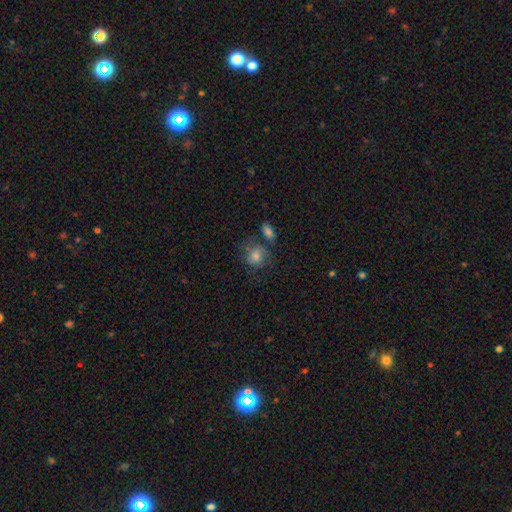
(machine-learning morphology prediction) Q: Smooth or featured?
A: smooth (60%); runner-up: featured or disk (26%)
Q: How rounded?
A: round (70%); runner-up: in between (28%)
Q: Merging?
A: none (56%); runner-up: minor disturbance (19%)